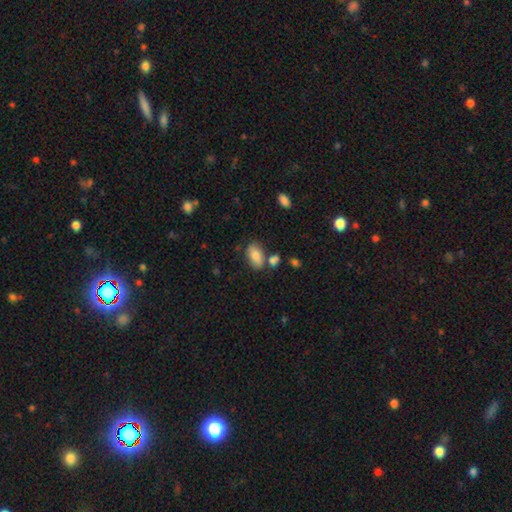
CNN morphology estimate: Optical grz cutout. It shows a smooth galaxy with no disk features (83%) that is in between round and cigar-shaped (92%). Merging: none (64%).